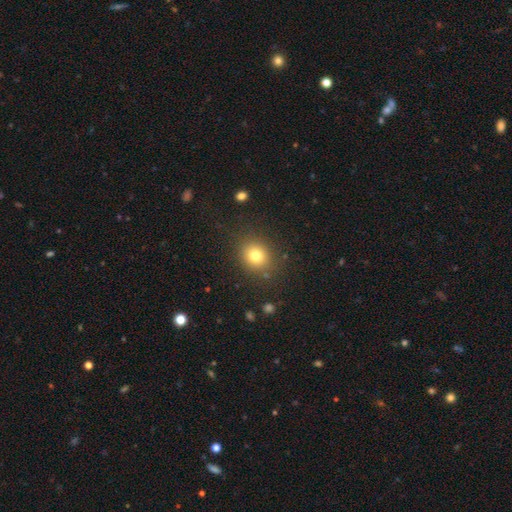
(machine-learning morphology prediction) Smooth or featured: smooth — 77% (star or artifact — 14%)
How rounded: round — 75% (in between — 24%)
Merging: none — 85% (minor disturbance — 9%)